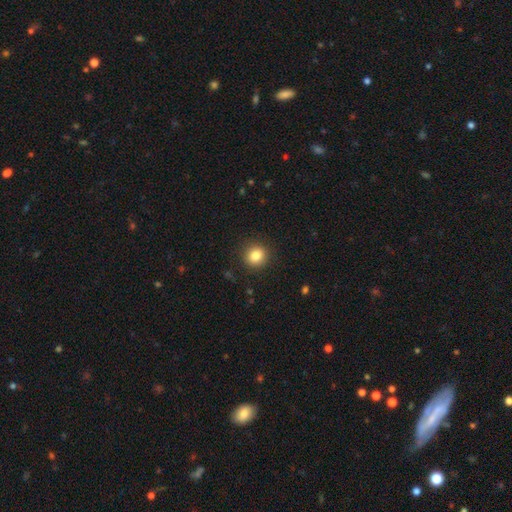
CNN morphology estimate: A smooth galaxy with no disk features (84%) that is round (88%).

Vote fractions:
- Smooth or featured? smooth: 84% / star or artifact: 10% / featured or disk: 6%
- How rounded? round: 88% / in between: 11% / cigar-shaped: 1%
- Merging? none: 91% / minor disturbance: 6% / major disturbance: 2% / merger: 1%